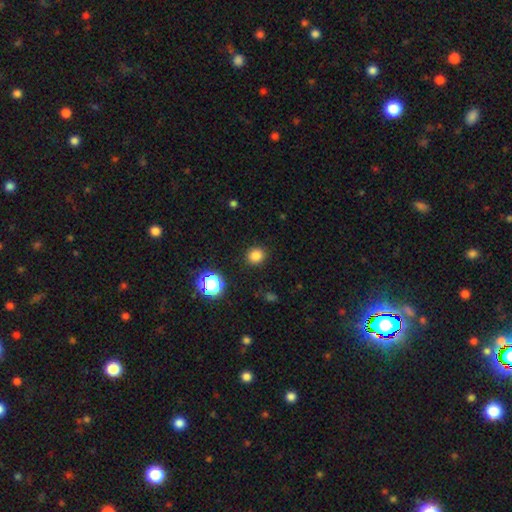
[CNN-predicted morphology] A smooth galaxy with no disk features (81%) that is round (81%). Merging: none (90%).